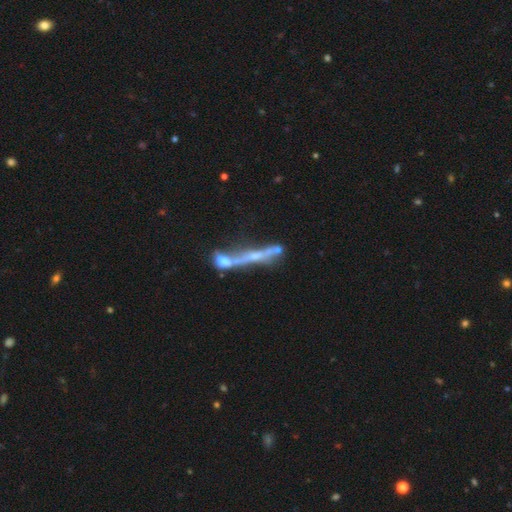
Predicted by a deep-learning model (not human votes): Smooth or featured? featured or disk (63%)
Edge-on disk? yes (69%)
Merging? merger (45%)